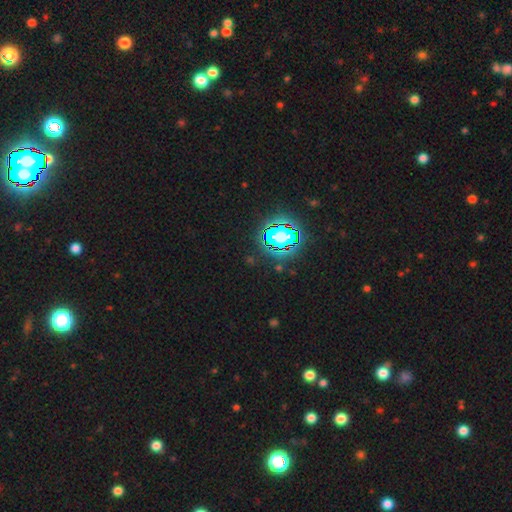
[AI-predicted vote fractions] Overall: star or artifact (81%).